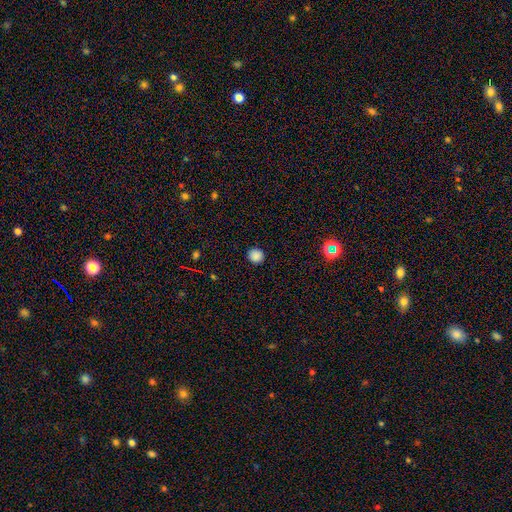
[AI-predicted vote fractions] smooth-or-featured: smooth: 86% | star or artifact: 11% | featured or disk: 3%
  how-rounded: round: 90% | in between: 9% | cigar-shaped: 1%
  merging: none: 91% | minor disturbance: 6% | major disturbance: 2% | merger: 1%